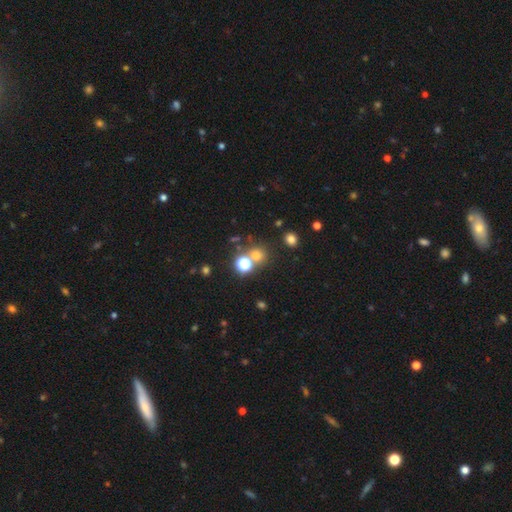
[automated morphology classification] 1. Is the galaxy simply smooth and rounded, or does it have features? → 63% smooth, 29% star or artifact, 8% featured or disk.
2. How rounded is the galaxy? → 86% round, 13% in between, 1% cigar-shaped.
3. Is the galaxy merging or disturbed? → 68% none, 20% merger, 8% minor disturbance, 4% major disturbance.